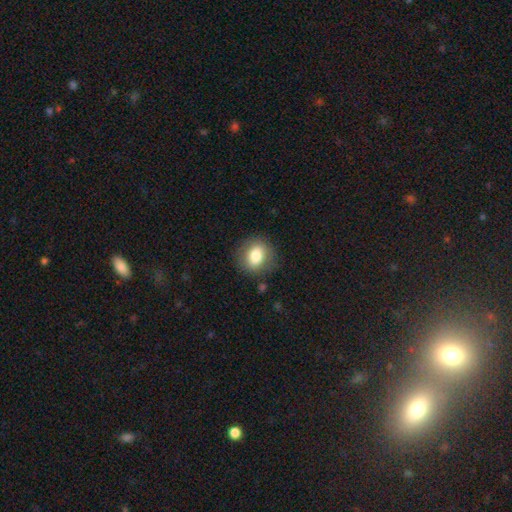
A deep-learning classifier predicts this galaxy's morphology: Smooth or featured?
  - smooth: 79% *
  - featured or disk: 12%
  - star or artifact: 9%
How rounded?
  - round: 64% *
  - in between: 35%
  - cigar-shaped: 1%
Merging?
  - none: 83% *
  - minor disturbance: 12%
  - major disturbance: 4%
  - merger: 1%